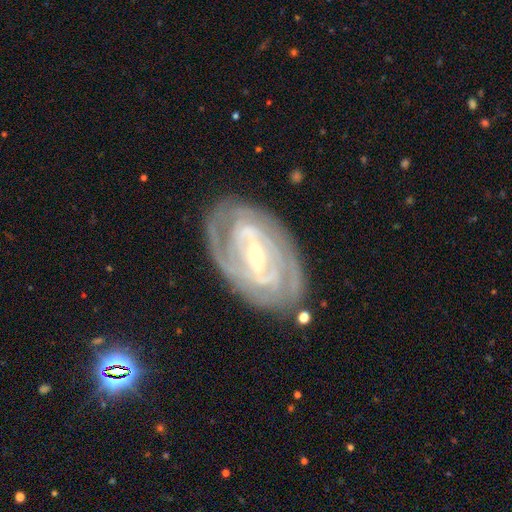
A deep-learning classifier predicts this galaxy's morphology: smooth_or_featured: featured or disk (p=0.87) [alt: smooth p=0.08]
disk_edge_on: no (p=0.94) [alt: yes p=0.06]
bar: strong (p=0.58) [alt: weak p=0.30]
has_spiral_arms: yes (p=0.90) [alt: no p=0.10]
spiral_winding: tight (p=0.71) [alt: medium p=0.23]
spiral_arm_count: 2 (p=0.41) [alt: can't tell p=0.30]
bulge_size: small (p=0.63) [alt: moderate p=0.32]
merging: none (p=0.79) [alt: minor disturbance p=0.14]